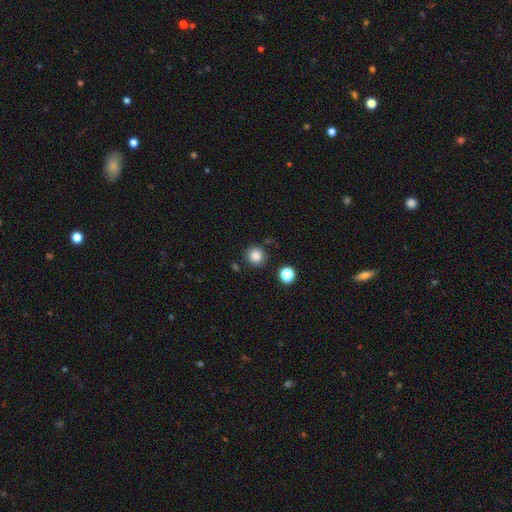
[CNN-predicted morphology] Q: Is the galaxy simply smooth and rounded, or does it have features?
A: smooth — 84%.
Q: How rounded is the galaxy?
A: round — 93%.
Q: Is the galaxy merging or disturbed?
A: none — 85%.